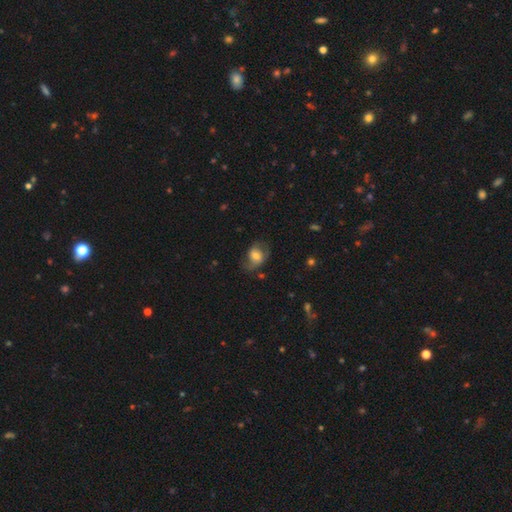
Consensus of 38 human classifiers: Smooth or featured: smooth — 55% (featured or disk — 39%)
How rounded: in between — 81% (round — 19%)
Merging: none — 39% (minor disturbance — 31%)